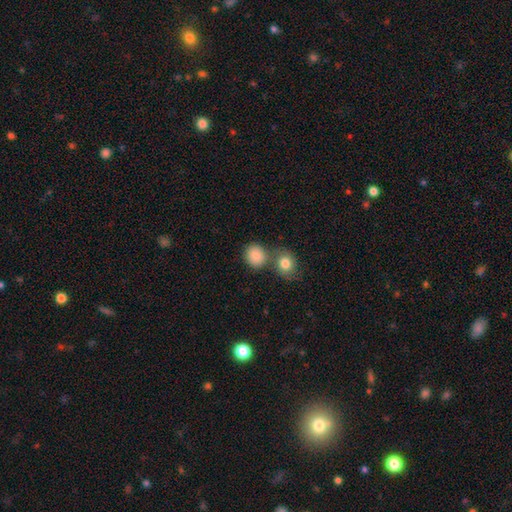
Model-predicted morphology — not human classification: Smooth or featured?
  - smooth: 86% *
  - star or artifact: 8%
  - featured or disk: 6%
How rounded?
  - round: 72% *
  - in between: 27%
  - cigar-shaped: 1%
Merging?
  - none: 54% *
  - merger: 32%
  - minor disturbance: 10%
  - major disturbance: 4%